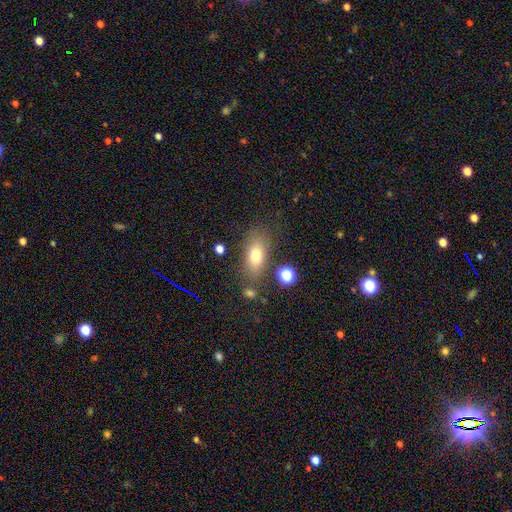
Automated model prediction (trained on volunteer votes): A smooth galaxy with no disk features (73%) that is in between round and cigar-shaped (80%).

Vote fractions:
- Smooth or featured? smooth: 73% / featured or disk: 15% / star or artifact: 11%
- How rounded? in between: 80% / cigar-shaped: 11% / round: 9%
- Merging? none: 75% / minor disturbance: 14% / major disturbance: 5% / merger: 5%